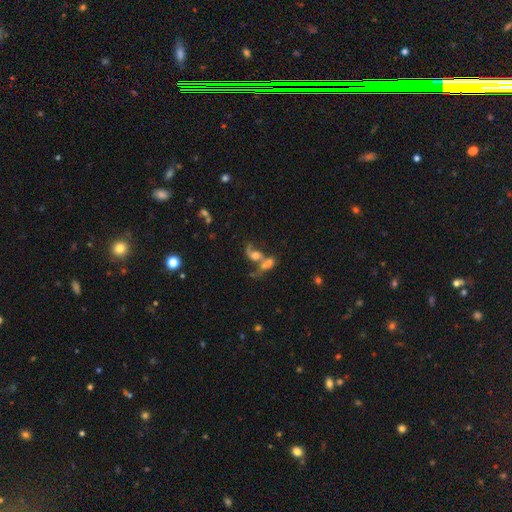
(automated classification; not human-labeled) A featured or disk galaxy (50%).

Vote fractions:
- Smooth or featured? featured or disk: 50% / smooth: 34% / star or artifact: 15%
- Edge-on disk? no: 91% / yes: 9%
- Merging? merger: 64% / none: 18% / major disturbance: 11% / minor disturbance: 8%